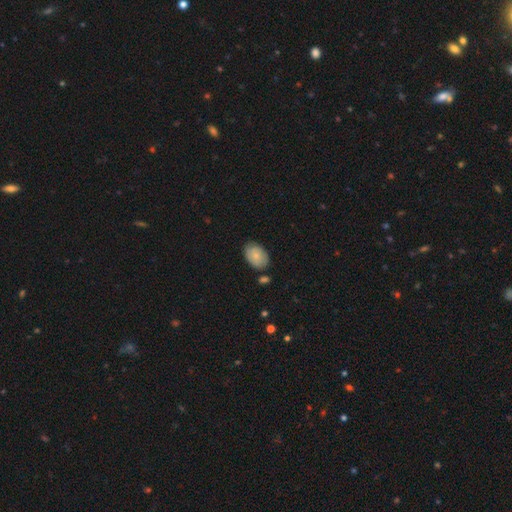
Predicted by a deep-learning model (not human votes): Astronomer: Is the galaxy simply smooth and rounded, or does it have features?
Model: smooth — 75%.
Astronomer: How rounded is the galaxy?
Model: in between — 87%.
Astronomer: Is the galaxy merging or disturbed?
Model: none — 74%.